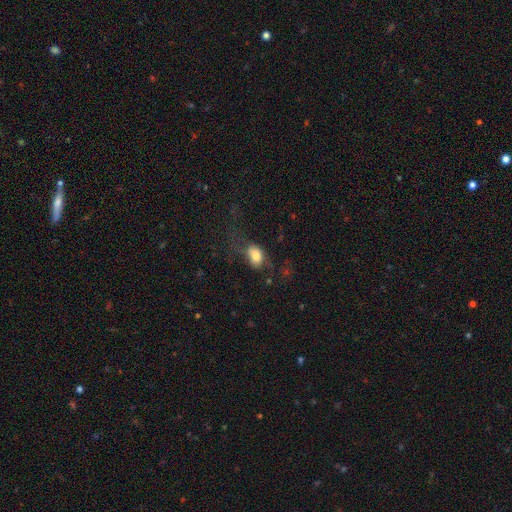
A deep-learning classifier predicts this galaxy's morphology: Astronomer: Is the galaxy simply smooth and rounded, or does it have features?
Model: smooth — 73%.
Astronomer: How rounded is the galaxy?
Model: in between — 75%.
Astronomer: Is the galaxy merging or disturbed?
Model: major disturbance — 39% (runner-up: none, 34%).